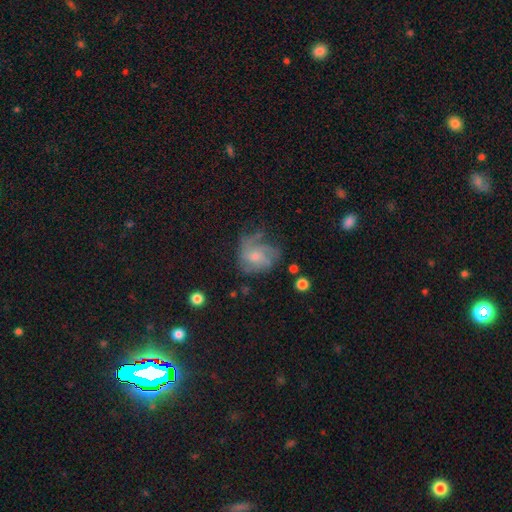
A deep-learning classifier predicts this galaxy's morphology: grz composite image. It shows a featured or disk galaxy (60%) with no bar (75%), spiral arms (77%) and a small central bulge (53%). Merging: none (43%).